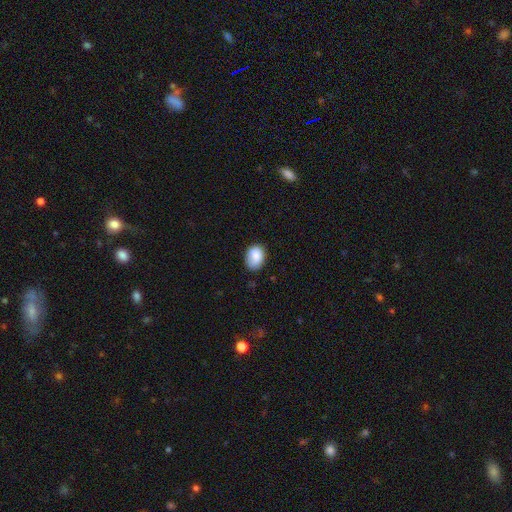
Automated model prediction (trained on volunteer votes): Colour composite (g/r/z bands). It shows a smooth galaxy with no disk features (86%) that is in between round and cigar-shaped (72%). Merging: none (69%).